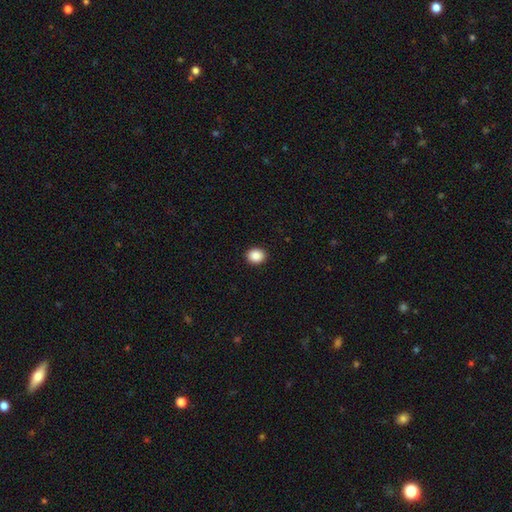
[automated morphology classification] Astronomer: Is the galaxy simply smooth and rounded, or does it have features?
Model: smooth — 88%.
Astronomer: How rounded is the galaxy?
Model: round — 71%.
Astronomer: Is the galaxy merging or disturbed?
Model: none — 92%.